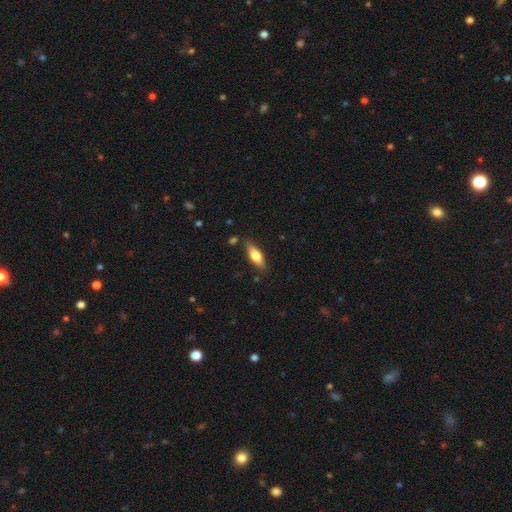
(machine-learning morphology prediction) This is likely a smooth galaxy (62%). How rounded: possibly in between (57%). Merging: clearly none (82%).